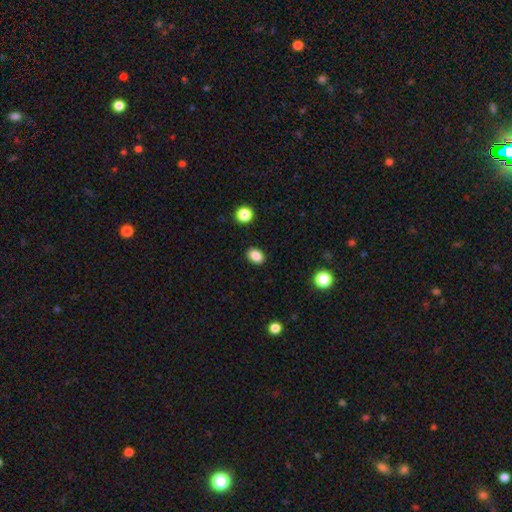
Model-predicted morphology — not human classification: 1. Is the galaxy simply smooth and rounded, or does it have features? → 86% smooth, 10% star or artifact, 4% featured or disk.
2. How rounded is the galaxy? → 71% in between, 28% round, 1% cigar-shaped.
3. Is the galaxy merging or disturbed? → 89% none, 7% minor disturbance, 2% major disturbance, 1% merger.